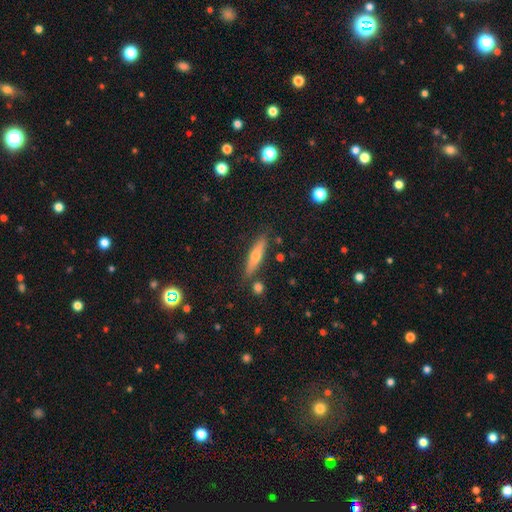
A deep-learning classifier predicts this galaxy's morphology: Overall: featured or disk (48%; smooth 44%). Merging: none (82%).